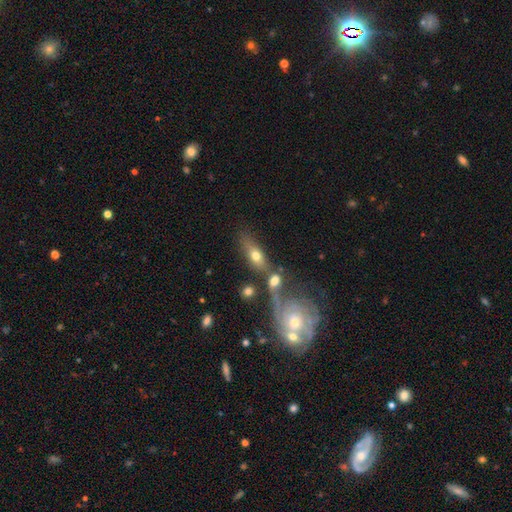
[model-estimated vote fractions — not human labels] smooth-or-featured: smooth: 54% | featured or disk: 35% | star or artifact: 10%
  how-rounded: in between: 67% | cigar-shaped: 23% | round: 10%
  merging: none: 41% | merger: 32% | minor disturbance: 15% | major disturbance: 11%